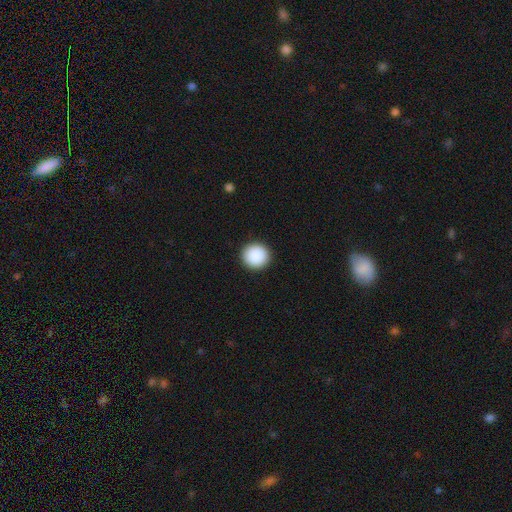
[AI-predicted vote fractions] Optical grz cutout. It shows a smooth galaxy with no disk features (90%) that is round (95%). Merging: none (93%).